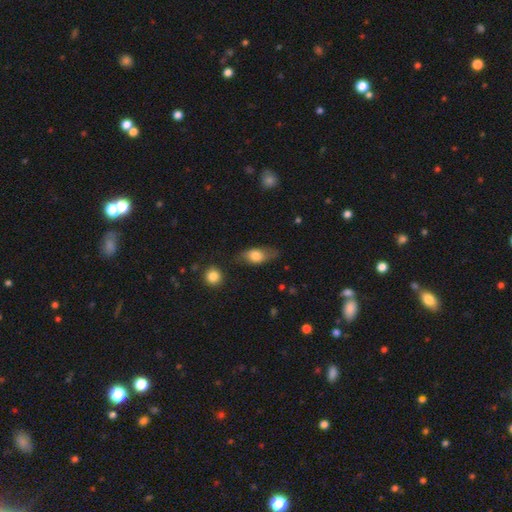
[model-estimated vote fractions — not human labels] A smooth galaxy with no disk features (67%) that is in between round and cigar-shaped (78%). Merging: none (66%).